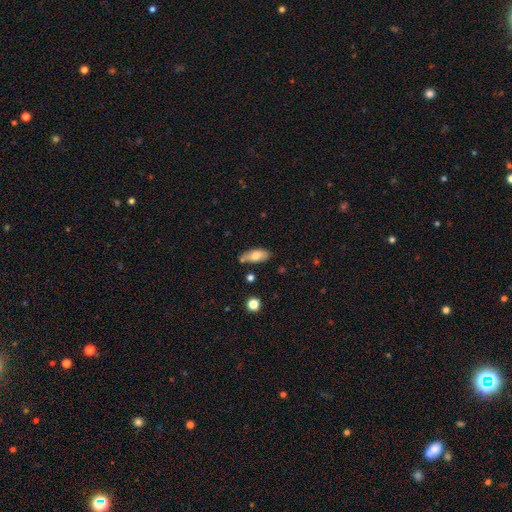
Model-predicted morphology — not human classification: Q: Smooth or featured?
A: smooth (76%); runner-up: featured or disk (17%)
Q: How rounded?
A: in between (83%); runner-up: cigar-shaped (14%)
Q: Merging?
A: none (70%); runner-up: minor disturbance (19%)